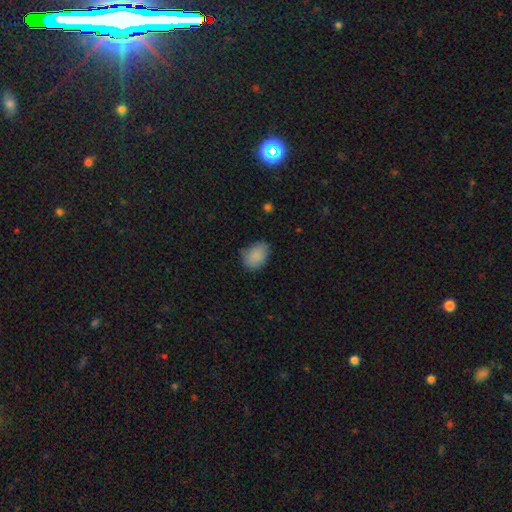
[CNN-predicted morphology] Smooth or featured: smooth — 87% (star or artifact — 8%)
How rounded: in between — 75% (round — 24%)
Merging: none — 71% (minor disturbance — 23%)